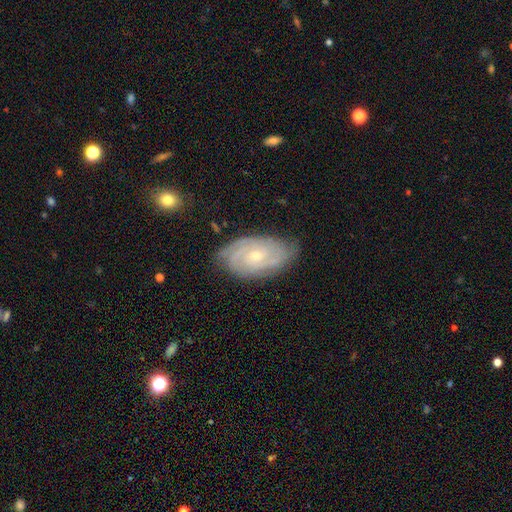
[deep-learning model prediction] Smooth or featured? Predicted: featured or disk (p=0.84). Edge-on disk? Predicted: no (p=0.96). Bar? Predicted: no (p=0.67). Spiral arms? Predicted: yes (p=0.96). Spiral winding? Predicted: tight (p=0.72). Spiral arm count? Predicted: 2 (p=0.30). Bulge size? Predicted: small (p=0.63). Merging? Predicted: none (p=0.78).